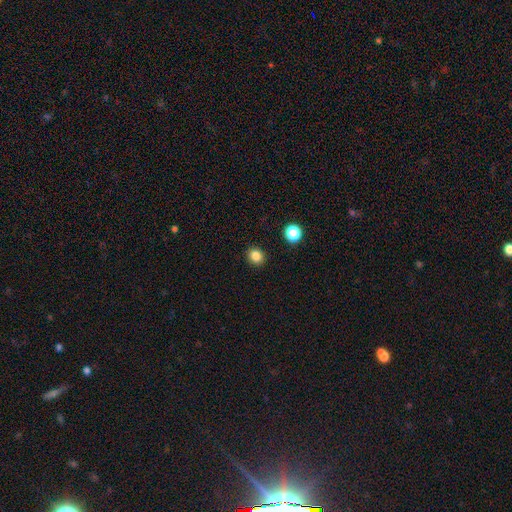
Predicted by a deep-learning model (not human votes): Q: Smooth or featured?
A: smooth (85%); runner-up: star or artifact (12%)
Q: How rounded?
A: round (77%); runner-up: in between (22%)
Q: Merging?
A: none (91%); runner-up: minor disturbance (6%)